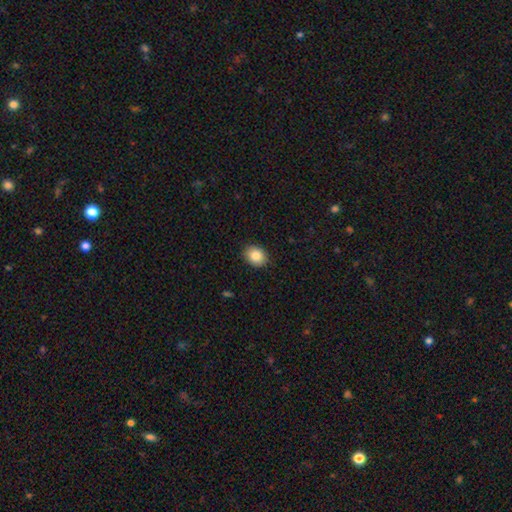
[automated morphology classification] Overall: smooth (86%). How rounded: round (51%; in between 48%). Merging: none (90%).